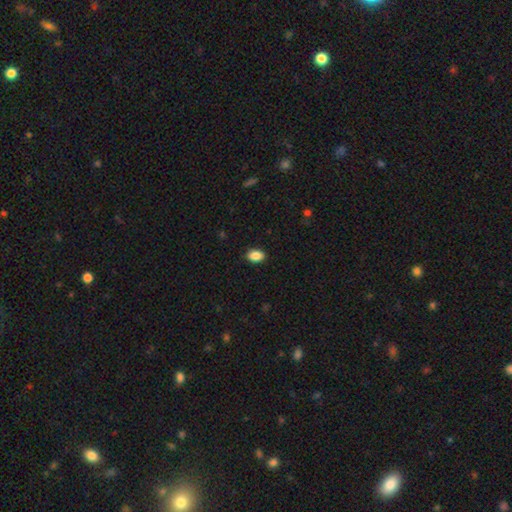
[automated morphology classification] The model was most divided on "how rounded": in between: 88%, round: 10%, cigar-shaped: 2%. More confident: smooth or featured — smooth (89%); merging — none (89%).